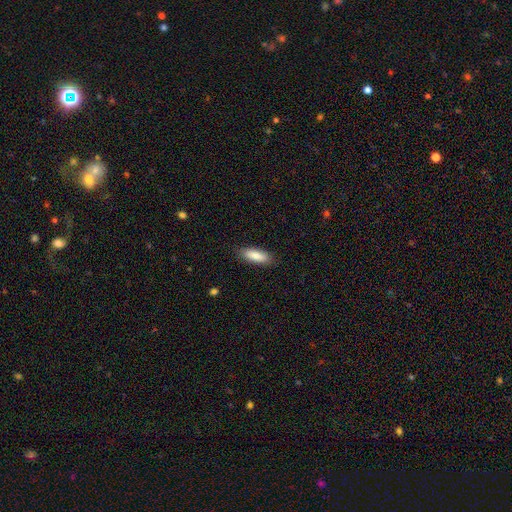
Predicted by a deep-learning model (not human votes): This is clearly a smooth galaxy (85%). How rounded: possibly in between (60%). Merging: clearly none (87%).